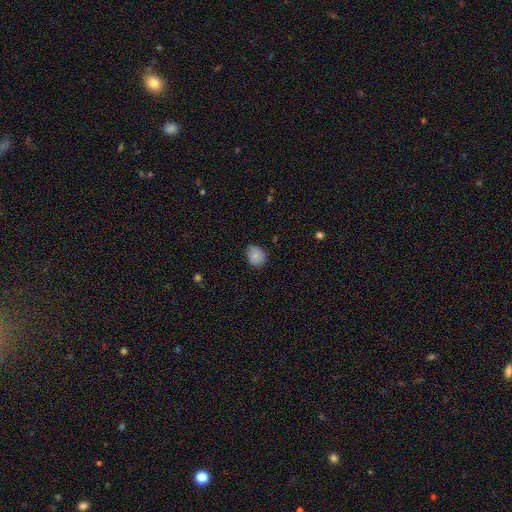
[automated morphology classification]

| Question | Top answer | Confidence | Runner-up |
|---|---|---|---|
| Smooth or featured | smooth | 83% | star or artifact (9%) |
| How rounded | round | 54% | in between (45%) |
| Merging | none | 74% | minor disturbance (21%) |